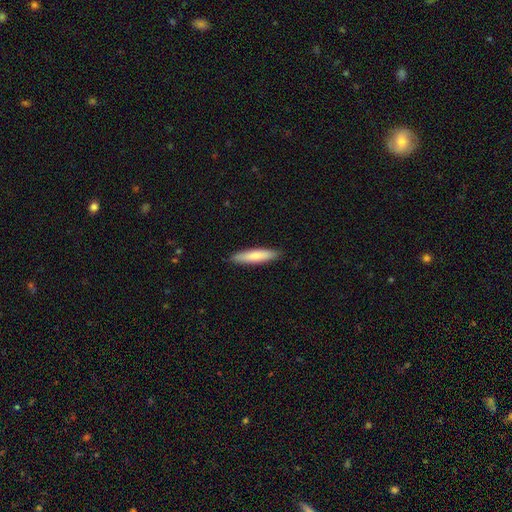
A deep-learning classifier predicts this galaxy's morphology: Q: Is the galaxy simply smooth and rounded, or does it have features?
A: smooth — 76%.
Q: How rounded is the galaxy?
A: cigar-shaped — 84%.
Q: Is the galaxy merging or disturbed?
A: none — 90%.